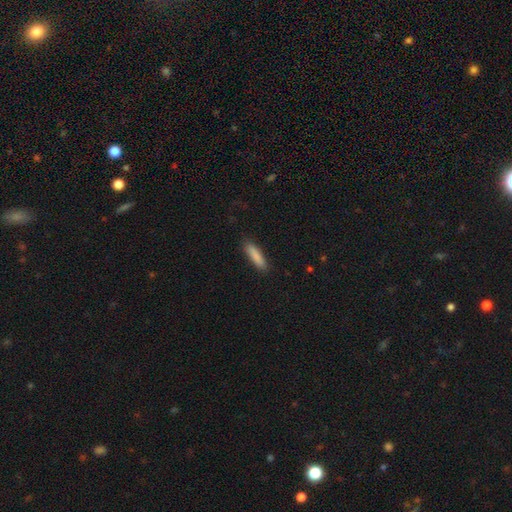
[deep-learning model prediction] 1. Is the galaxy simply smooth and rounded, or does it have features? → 87% smooth, 7% featured or disk, 6% star or artifact.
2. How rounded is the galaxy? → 75% cigar-shaped, 24% in between, 1% round.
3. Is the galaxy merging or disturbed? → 87% none, 10% minor disturbance, 2% major disturbance, 1% merger.